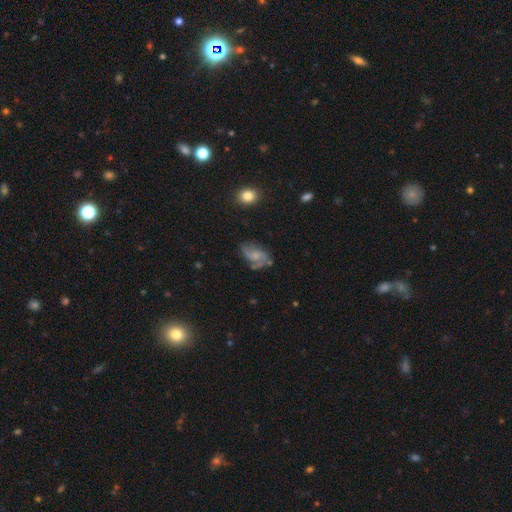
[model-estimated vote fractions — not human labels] The model was most divided on "spiral winding": medium: 48%, loose: 32%, tight: 19%. More confident: edge-on disk — no (97%); spiral arms — yes (93%); smooth or featured — featured or disk (75%); spiral arm count — 2 (72%); bar — no (62%); merging — none (62%); bulge size — small (52%).